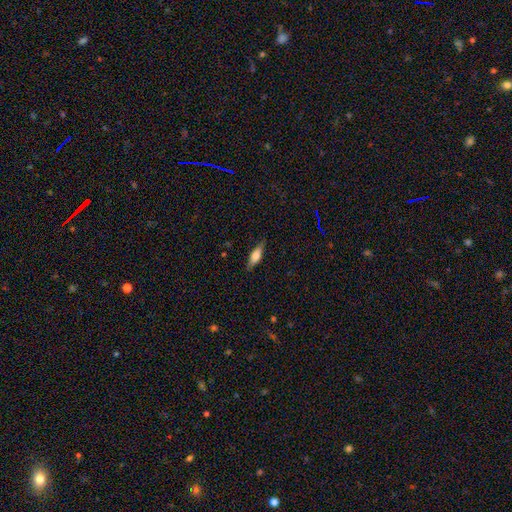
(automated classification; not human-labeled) Morphology: type=smooth (56%); roundness=in between (50%); merging=none (83%).